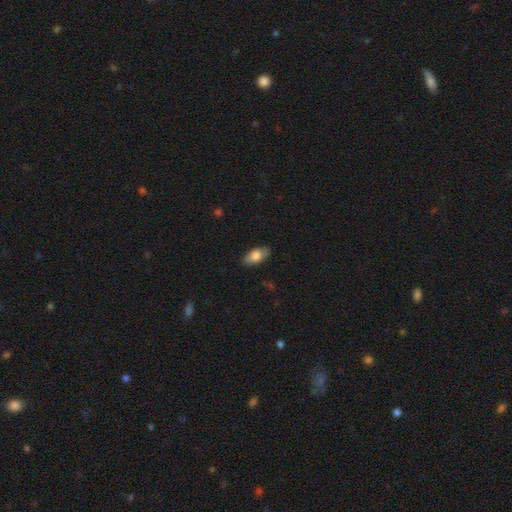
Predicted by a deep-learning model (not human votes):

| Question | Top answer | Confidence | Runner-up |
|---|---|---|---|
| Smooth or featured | smooth | 81% | featured or disk (13%) |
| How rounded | in between | 92% | cigar-shaped (5%) |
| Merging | none | 86% | minor disturbance (11%) |